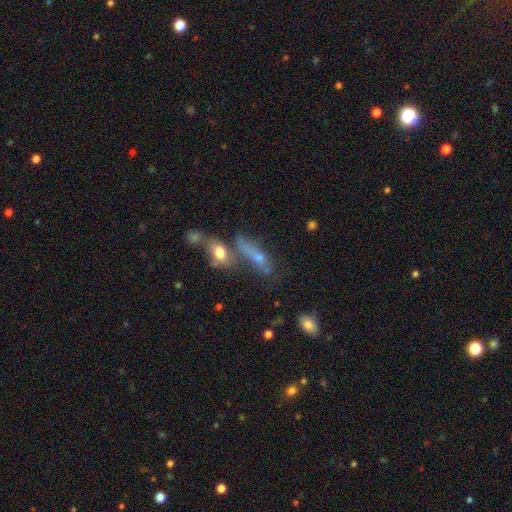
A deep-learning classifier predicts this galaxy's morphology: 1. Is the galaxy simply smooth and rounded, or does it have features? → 48% smooth, 34% featured or disk, 17% star or artifact.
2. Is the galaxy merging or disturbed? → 37% merger, 36% none, 15% minor disturbance, 13% major disturbance.